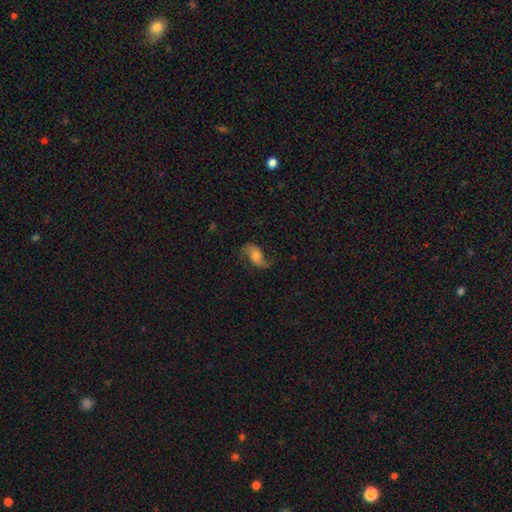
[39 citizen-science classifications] Smooth or featured?
  - featured or disk: 85% *
  - star or artifact: 10%
  - smooth: 5%
Edge-on disk?
  - no: 100% *
  - yes: 0%
Bar?
  - no: 73% *
  - weak: 24%
  - strong: 3%
Spiral arms?
  - yes: 91% *
  - no: 9%
Spiral winding?
  - loose: 67% *
  - medium: 30%
  - tight: 3%
Spiral arm count?
  - 2: 100% *
  - 1: 0%
  - 3: 0%
  - 4: 0%
  - more than 4: 0%
  - can't tell: 0%
Bulge size?
  - moderate: 52% *
  - small: 21%
  - large: 18%
  - none: 6%
  - dominant: 3%
Merging?
  - none: 77% *
  - minor disturbance: 11%
  - major disturbance: 9%
  - merger: 3%